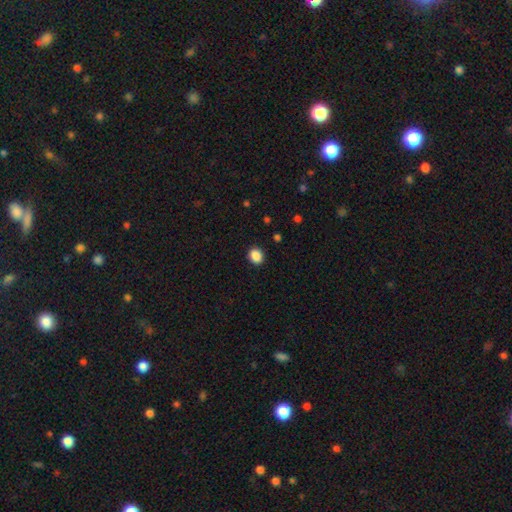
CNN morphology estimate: This appears to be a smooth galaxy with no disk features (88%) that is round (55%). Merging: none (89%).